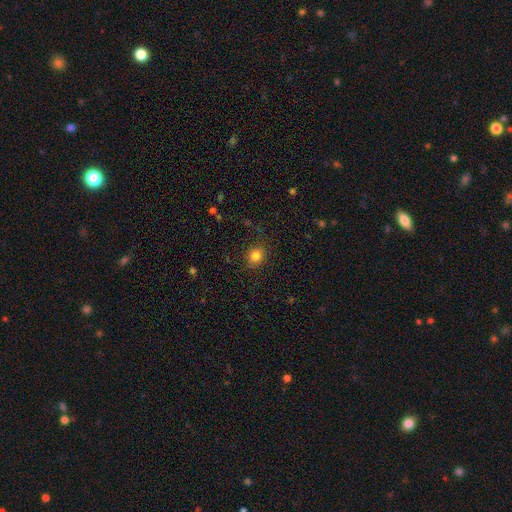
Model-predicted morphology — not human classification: smooth-or-featured: smooth: 83% | star or artifact: 12% | featured or disk: 5%
  how-rounded: round: 81% | in between: 18% | cigar-shaped: 1%
  merging: none: 86% | minor disturbance: 9% | major disturbance: 3% | merger: 1%